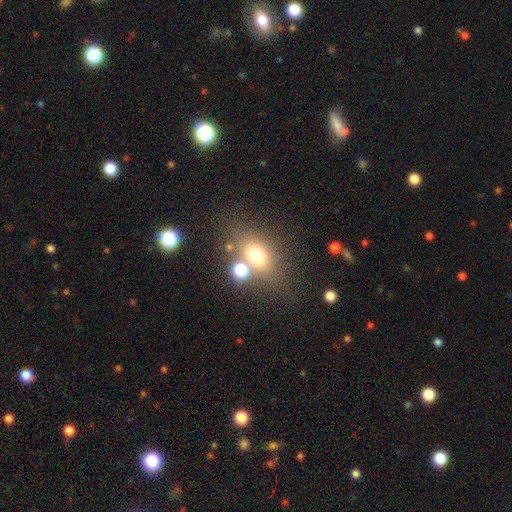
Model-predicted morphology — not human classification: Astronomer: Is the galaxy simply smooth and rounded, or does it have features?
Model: smooth — 67%.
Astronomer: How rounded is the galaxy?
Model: in between — 55% (runner-up: round, 42%).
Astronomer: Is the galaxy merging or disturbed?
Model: none — 59%.